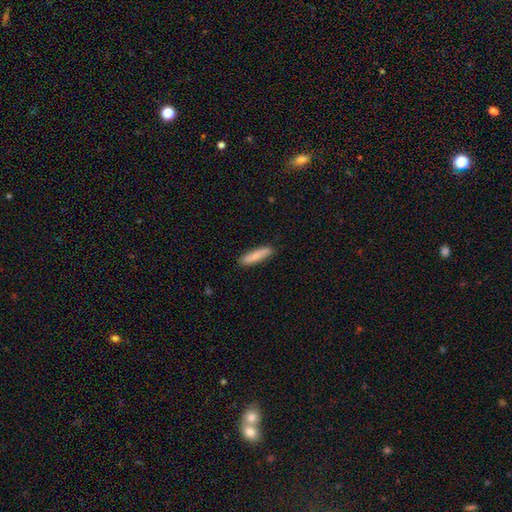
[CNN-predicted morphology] smooth_or_featured: smooth (p=0.80) [alt: featured or disk p=0.14]
how_rounded: cigar-shaped (p=0.81) [alt: in between p=0.18]
merging: none (p=0.88) [alt: minor disturbance p=0.09]